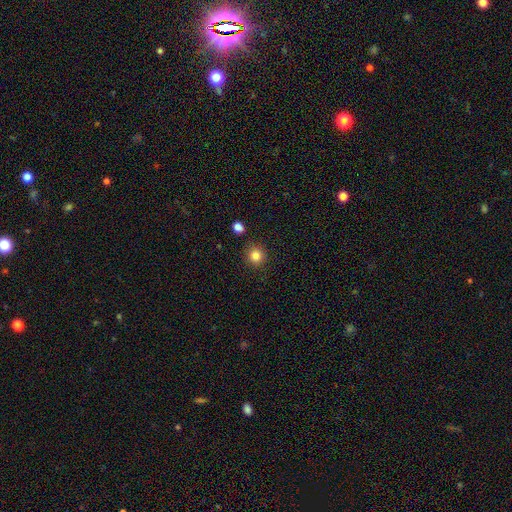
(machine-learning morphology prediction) smooth_or_featured: smooth (p=0.83) [alt: star or artifact p=0.11]
how_rounded: round (p=0.91) [alt: in between p=0.08]
merging: none (p=0.89) [alt: minor disturbance p=0.06]